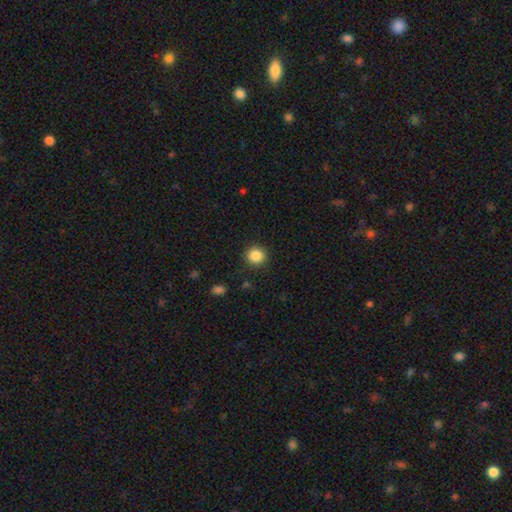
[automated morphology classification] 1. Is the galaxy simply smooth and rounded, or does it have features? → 86% smooth, 10% star or artifact, 4% featured or disk.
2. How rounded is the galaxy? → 92% round, 7% in between, 1% cigar-shaped.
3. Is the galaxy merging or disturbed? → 90% none, 6% minor disturbance, 2% major disturbance, 1% merger.